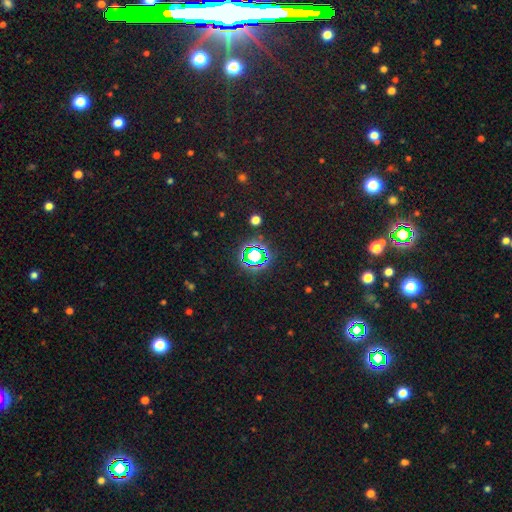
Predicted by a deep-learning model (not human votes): smooth-or-featured: star or artifact: 67% | smooth: 23% | featured or disk: 10%